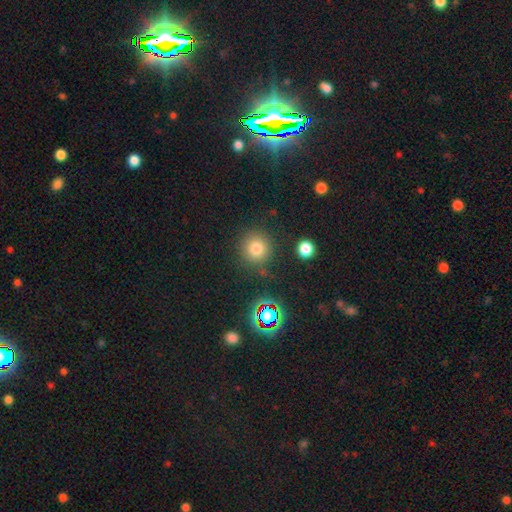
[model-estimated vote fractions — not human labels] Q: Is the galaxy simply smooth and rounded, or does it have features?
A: smooth — 48%.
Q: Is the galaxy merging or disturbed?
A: none — 89%.